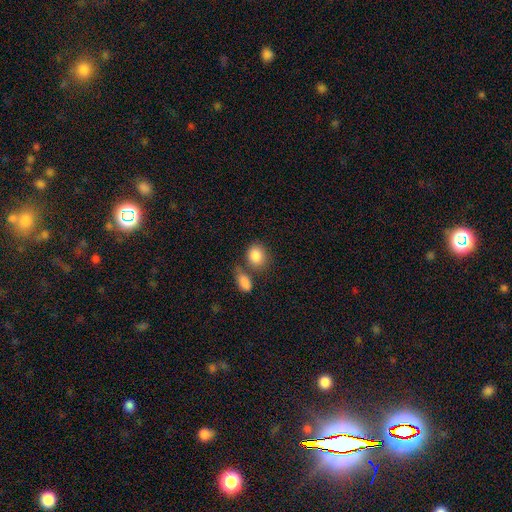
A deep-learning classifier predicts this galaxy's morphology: The model was most divided on "how rounded": round: 53%, in between: 46%, cigar-shaped: 1%. More confident: smooth or featured — smooth (87%); merging — none (53%).